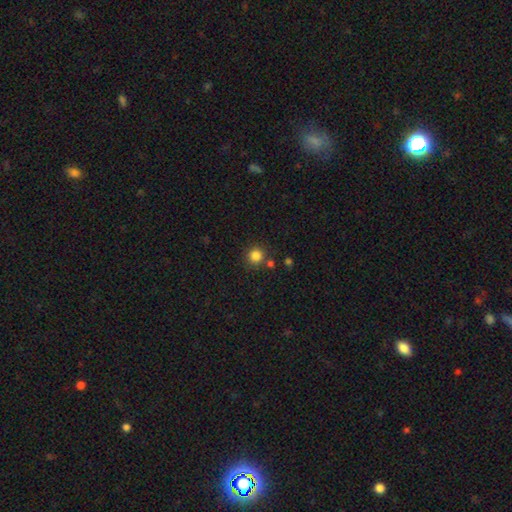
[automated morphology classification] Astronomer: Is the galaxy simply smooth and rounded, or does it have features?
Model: smooth — 84%.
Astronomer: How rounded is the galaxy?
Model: round — 93%.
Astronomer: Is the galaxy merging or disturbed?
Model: none — 81%.